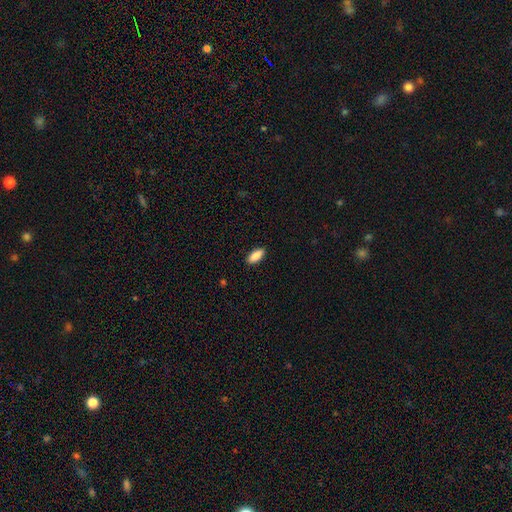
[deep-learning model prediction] smooth 85%, featured or disk 8%, star or artifact 6%. Down the decision tree: how rounded — in between (79%); merging — none (89%).